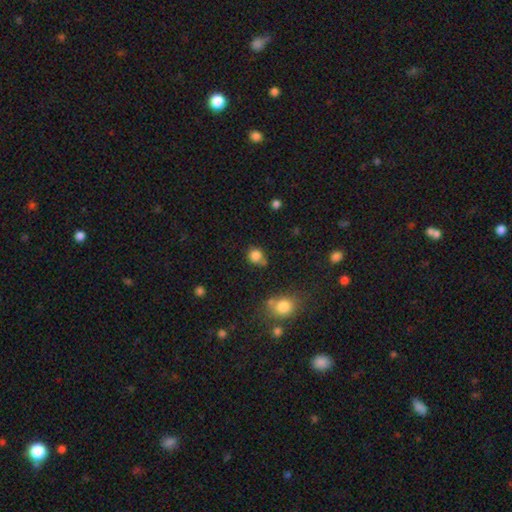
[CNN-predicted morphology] type=smooth (82%); roundness=round (84%); merging=none (66%).